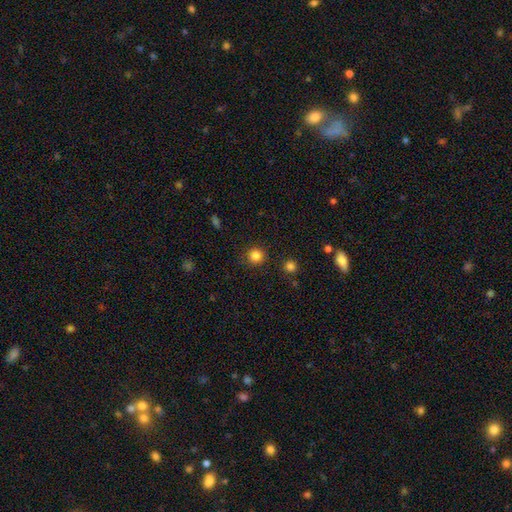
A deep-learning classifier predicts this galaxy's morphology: smooth 84%, star or artifact 12%, featured or disk 4%. Down the decision tree: how rounded — round (93%); merging — none (89%).